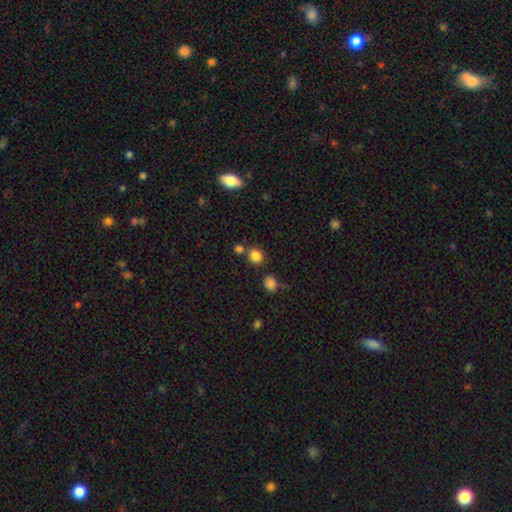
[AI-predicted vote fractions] Smooth or featured?
  - smooth: 83% *
  - star or artifact: 12%
  - featured or disk: 5%
How rounded?
  - round: 82% *
  - in between: 17%
  - cigar-shaped: 1%
Merging?
  - none: 71% *
  - merger: 16%
  - minor disturbance: 9%
  - major disturbance: 3%